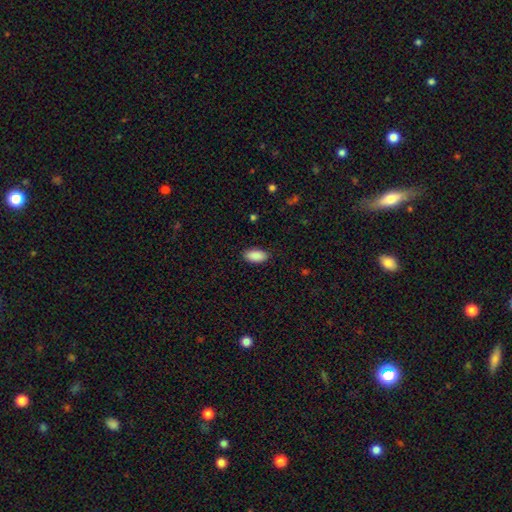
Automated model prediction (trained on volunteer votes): Q: Smooth or featured?
A: smooth (90%); runner-up: star or artifact (7%)
Q: How rounded?
A: in between (94%); runner-up: cigar-shaped (4%)
Q: Merging?
A: none (88%); runner-up: minor disturbance (8%)